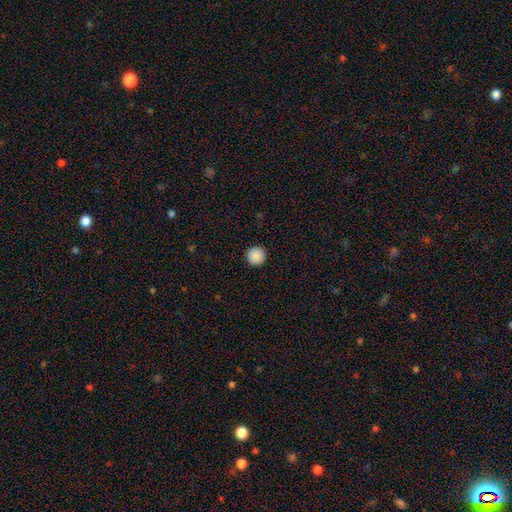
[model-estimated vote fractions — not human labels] Smooth or featured?
  - smooth: 89% *
  - star or artifact: 8%
  - featured or disk: 3%
How rounded?
  - round: 96% *
  - in between: 3%
  - cigar-shaped: 1%
Merging?
  - none: 93% *
  - minor disturbance: 4%
  - major disturbance: 1%
  - merger: 1%